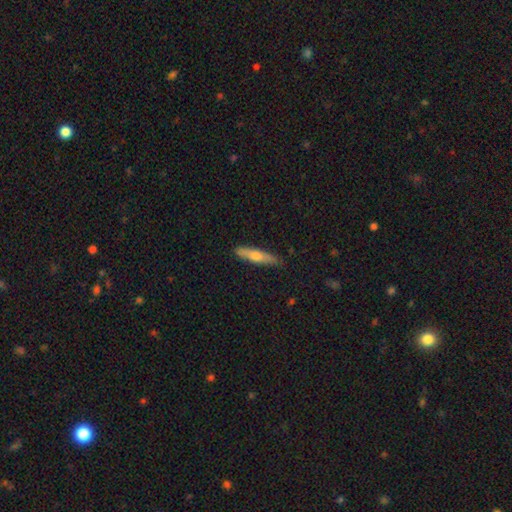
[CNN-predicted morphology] A smooth galaxy with no disk features (58%) that is cigar-shaped (83%).

Vote fractions:
- Smooth or featured? smooth: 58% / featured or disk: 36% / star or artifact: 6%
- How rounded? cigar-shaped: 83% / in between: 15% / round: 2%
- Merging? none: 87% / minor disturbance: 10% / major disturbance: 2% / merger: 1%